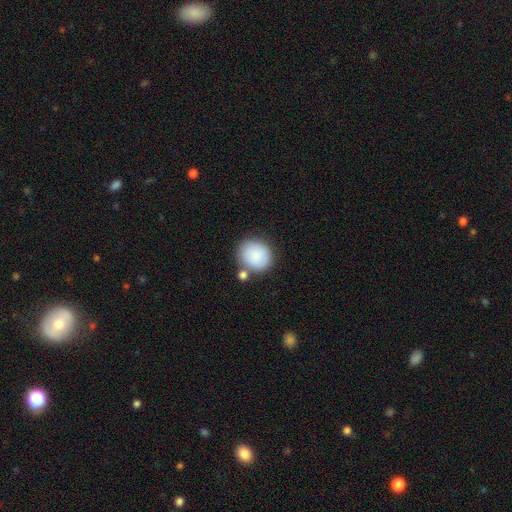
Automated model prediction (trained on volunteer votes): A smooth galaxy with no disk features (87%) that is round (78%). Merging: none (67%).